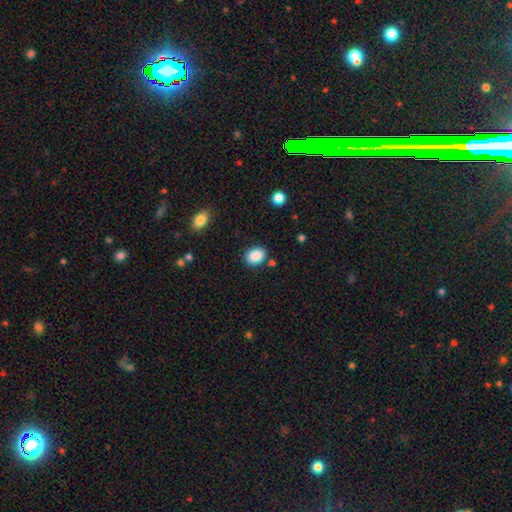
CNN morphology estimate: Q: Smooth or featured?
A: smooth (88%); runner-up: star or artifact (8%)
Q: How rounded?
A: in between (68%); runner-up: round (31%)
Q: Merging?
A: none (84%); runner-up: minor disturbance (10%)